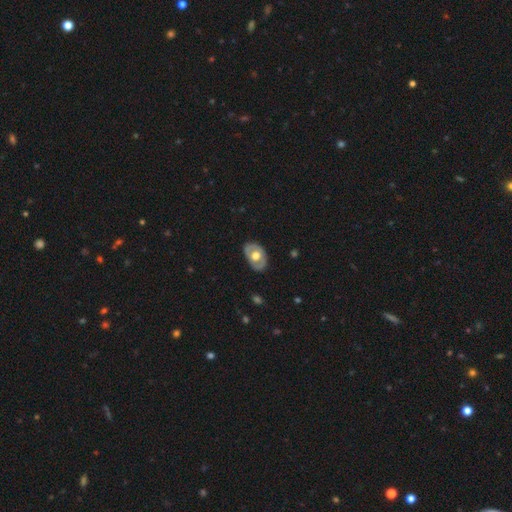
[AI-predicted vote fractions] Smooth or featured?
  - featured or disk: 54% *
  - smooth: 41%
  - star or artifact: 5%
Edge-on disk?
  - no: 90% *
  - yes: 10%
Merging?
  - none: 78% *
  - minor disturbance: 17%
  - major disturbance: 4%
  - merger: 1%